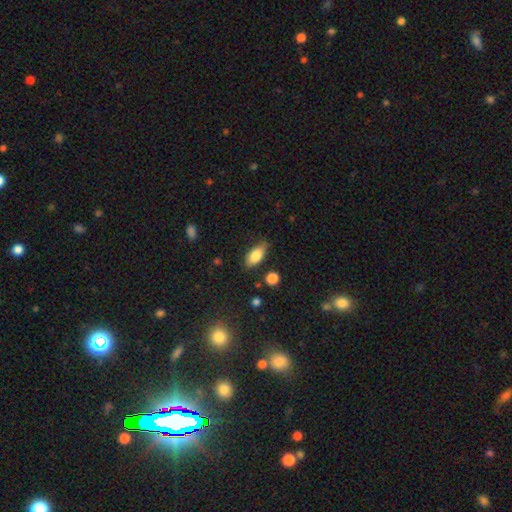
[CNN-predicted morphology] smooth-or-featured: smooth: 78% | featured or disk: 14% | star or artifact: 7%
  how-rounded: in between: 83% | cigar-shaped: 13% | round: 4%
  merging: none: 78% | minor disturbance: 16% | major disturbance: 3% | merger: 2%